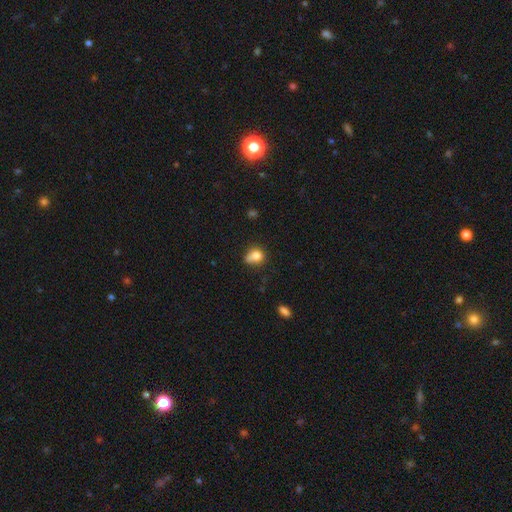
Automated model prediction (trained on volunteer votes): The model was most divided on "merging": none: 42%, minor disturbance: 30%, merger: 16%, major disturbance: 13%. More confident: smooth or featured — smooth (78%); how rounded — round (59%).